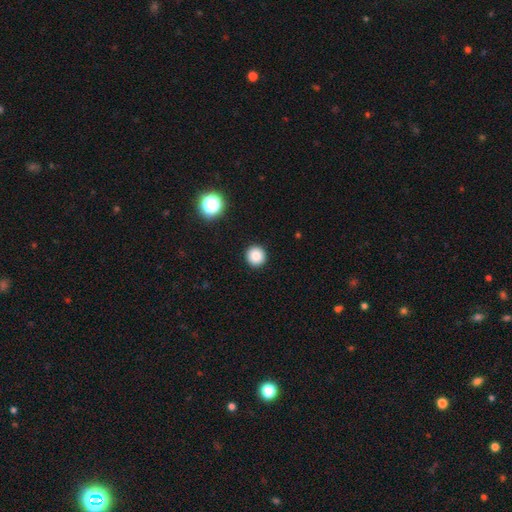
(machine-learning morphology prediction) type=smooth (84%); roundness=round (95%); merging=none (93%).